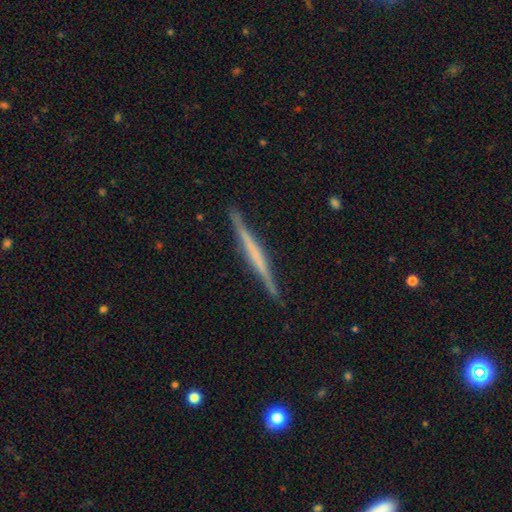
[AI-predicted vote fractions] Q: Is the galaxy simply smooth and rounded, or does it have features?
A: featured or disk — 68%.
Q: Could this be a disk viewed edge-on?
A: yes — 98%.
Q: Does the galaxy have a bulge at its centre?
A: none — 62%.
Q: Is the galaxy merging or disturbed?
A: none — 90%.